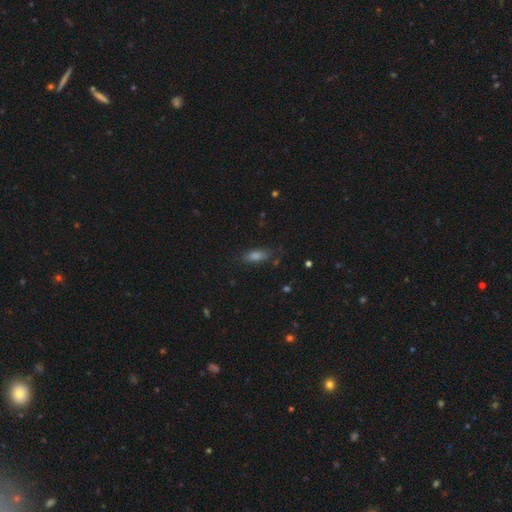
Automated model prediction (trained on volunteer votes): This appears to be a smooth galaxy with no disk features (68%) that is in between round and cigar-shaped (71%). Merging: none (77%).